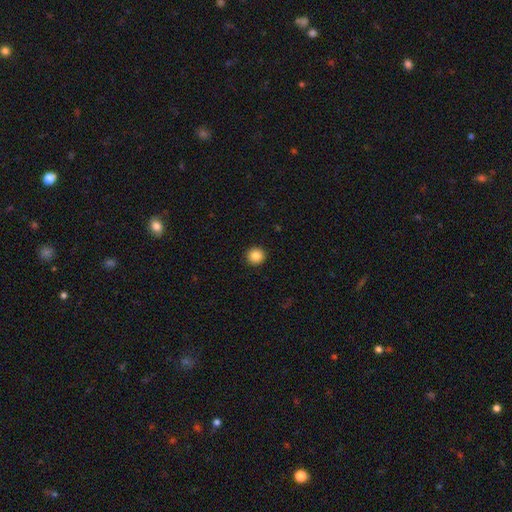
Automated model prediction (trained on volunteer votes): Smooth or featured? smooth (86%)
How rounded? round (95%)
Merging? none (93%)